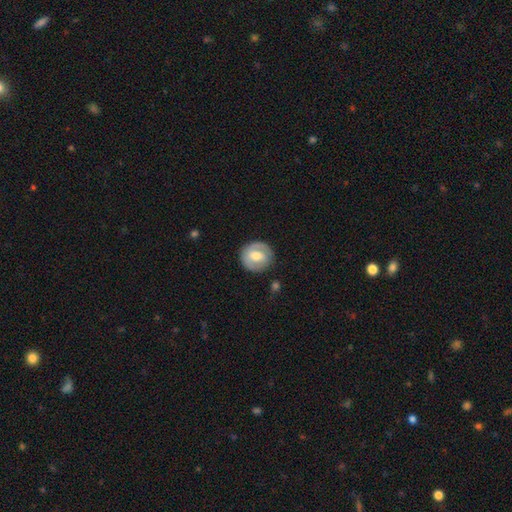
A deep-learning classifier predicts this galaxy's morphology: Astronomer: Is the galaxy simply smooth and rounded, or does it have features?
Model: featured or disk — 52% (runner-up: smooth, 42%).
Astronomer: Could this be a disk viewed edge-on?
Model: no — 96%.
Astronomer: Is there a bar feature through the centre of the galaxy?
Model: weak — 48% (runner-up: no, 33%).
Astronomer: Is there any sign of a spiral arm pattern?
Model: yes — 62% (runner-up: no, 38%).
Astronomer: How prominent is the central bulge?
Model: moderate — 69%.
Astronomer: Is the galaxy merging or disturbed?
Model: none — 81%.